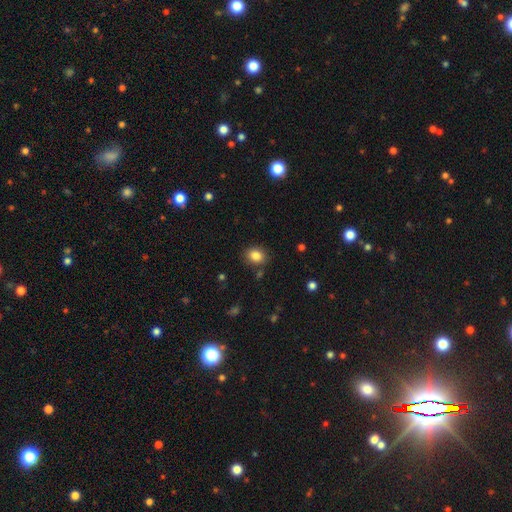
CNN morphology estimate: Smooth or featured: smooth — 84% (star or artifact — 10%)
How rounded: round — 55% (in between — 44%)
Merging: none — 84% (minor disturbance — 10%)